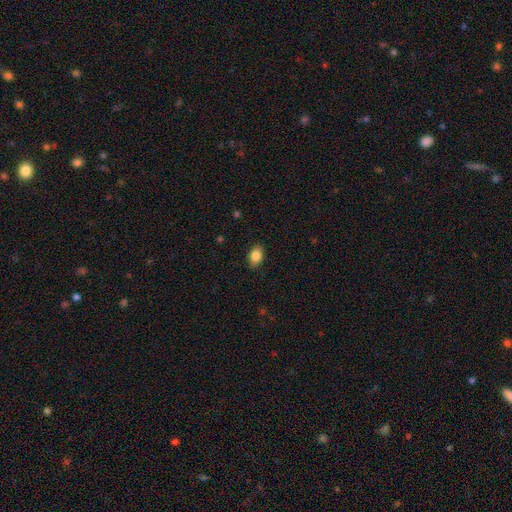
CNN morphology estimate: smooth_or_featured: smooth (p=0.86) [alt: star or artifact p=0.08]
how_rounded: in between (p=0.84) [alt: round p=0.14]
merging: none (p=0.88) [alt: minor disturbance p=0.09]